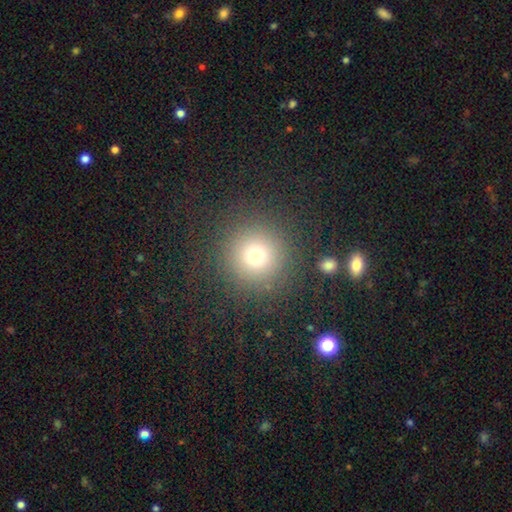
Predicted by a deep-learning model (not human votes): Smooth or featured? smooth (73%)
How rounded? round (95%)
Merging? none (87%)